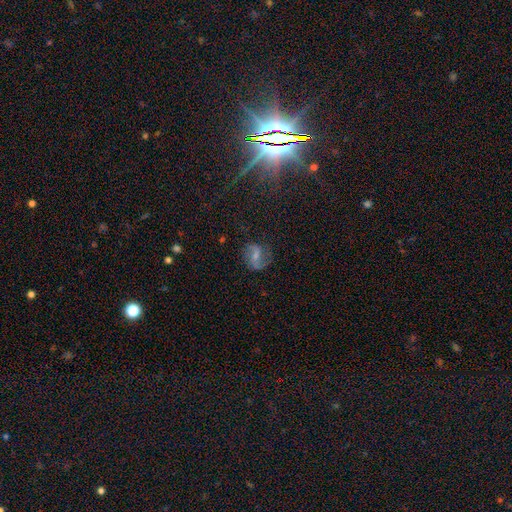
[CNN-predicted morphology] The model was most divided on "spiral winding": loose: 47%, medium: 41%, tight: 12%. Remaining: edge-on disk — no (98%); spiral arms — yes (93%); spiral arm count — 2 (88%); merging — none (73%); smooth or featured — featured or disk (72%); bar — weak (51%); bulge size — small (43%).